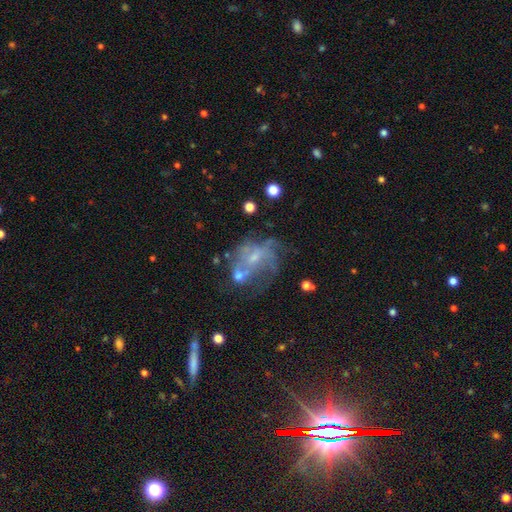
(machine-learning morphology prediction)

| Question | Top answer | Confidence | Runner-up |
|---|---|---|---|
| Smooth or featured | featured or disk | 65% | smooth (21%) |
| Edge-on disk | no | 97% | yes (3%) |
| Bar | no | 68% | weak (27%) |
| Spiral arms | no | 54% | yes (46%) |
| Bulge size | small | 49% | moderate (27%) |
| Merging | none | 34% | major disturbance (32%) |